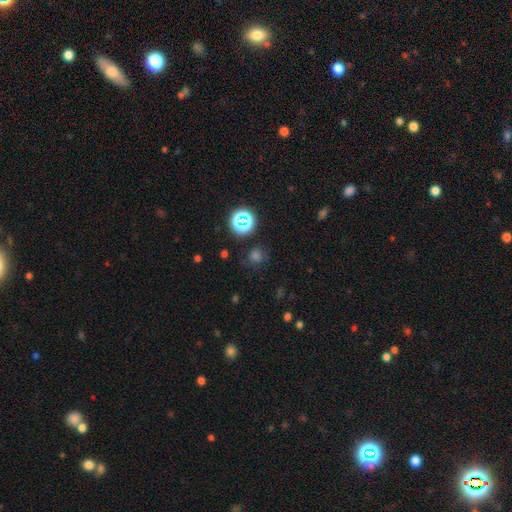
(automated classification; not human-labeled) Smooth or featured?
  - smooth: 54% *
  - star or artifact: 39%
  - featured or disk: 7%
How rounded?
  - round: 88% *
  - in between: 11%
  - cigar-shaped: 1%
Merging?
  - none: 82% *
  - minor disturbance: 11%
  - major disturbance: 4%
  - merger: 3%